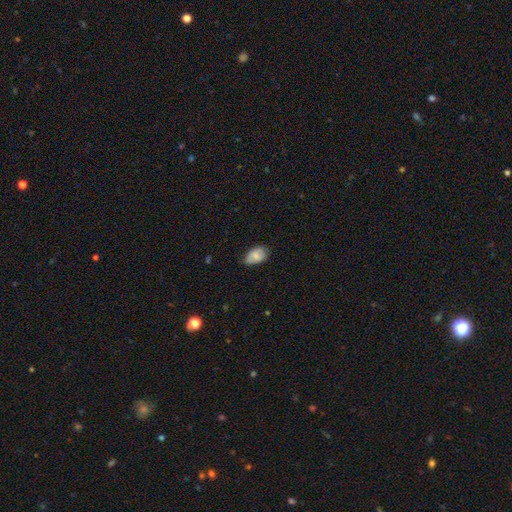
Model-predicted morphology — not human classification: This appears to be a smooth galaxy with no disk features (76%) that is in between round and cigar-shaped (90%). Merging: none (62%).